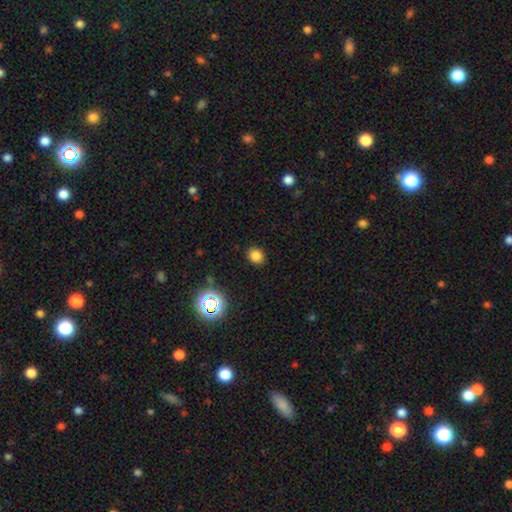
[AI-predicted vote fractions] This is likely a smooth galaxy (79%). How rounded: likely round (68%). Merging: clearly none (89%).